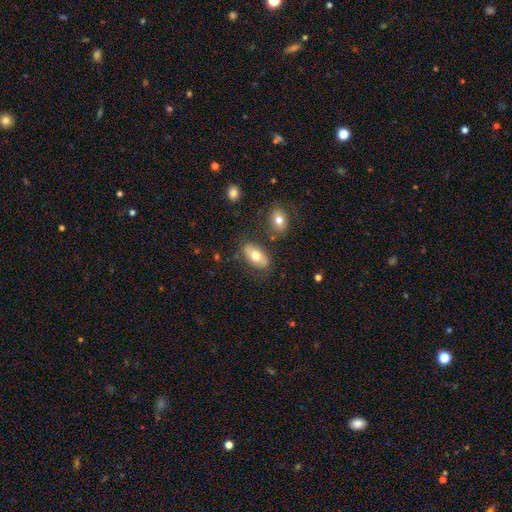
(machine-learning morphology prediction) This appears to be a smooth galaxy with no disk features (66%) that is in between round and cigar-shaped (90%). Merging: none (77%).